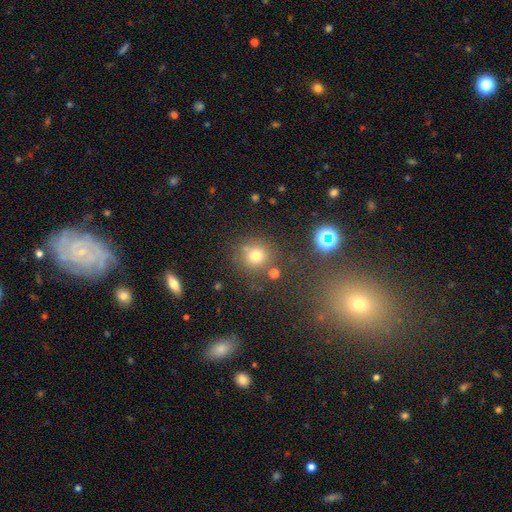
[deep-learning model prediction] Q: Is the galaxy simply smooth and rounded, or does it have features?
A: smooth — 73%.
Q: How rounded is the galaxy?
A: round — 90%.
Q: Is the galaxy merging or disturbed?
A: none — 74%.